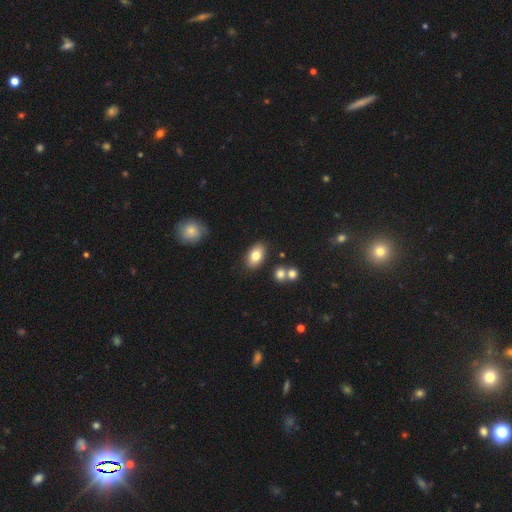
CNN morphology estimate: Overall: smooth (80%). How rounded: in between (91%). Merging: none (82%).